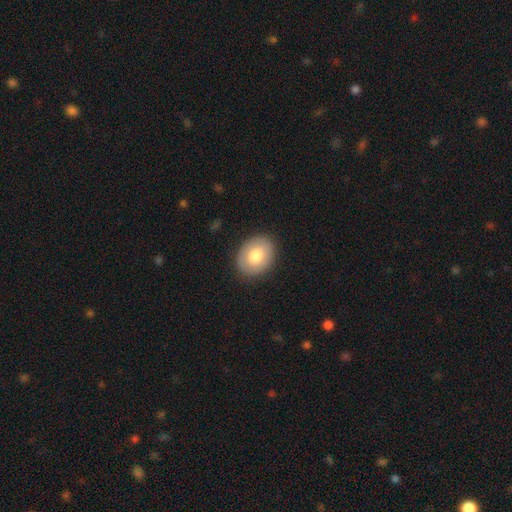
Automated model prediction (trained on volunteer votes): Smooth or featured?
  - smooth: 74% *
  - featured or disk: 19%
  - star or artifact: 7%
How rounded?
  - in between: 63% *
  - round: 37%
  - cigar-shaped: 1%
Merging?
  - none: 87% *
  - minor disturbance: 9%
  - major disturbance: 3%
  - merger: 1%